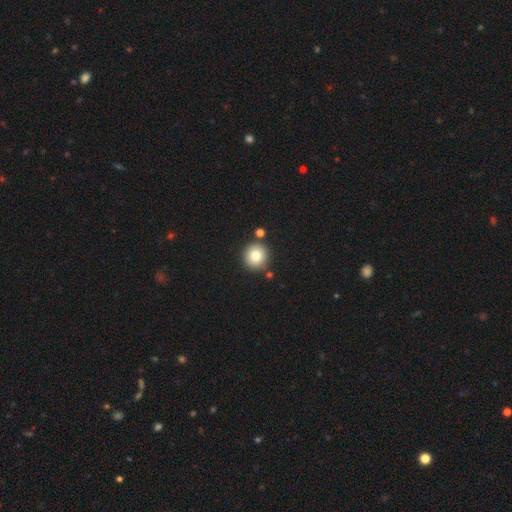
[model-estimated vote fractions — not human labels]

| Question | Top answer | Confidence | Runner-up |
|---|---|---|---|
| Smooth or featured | smooth | 80% | star or artifact (11%) |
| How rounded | round | 95% | in between (4%) |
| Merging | none | 83% | merger (8%) |